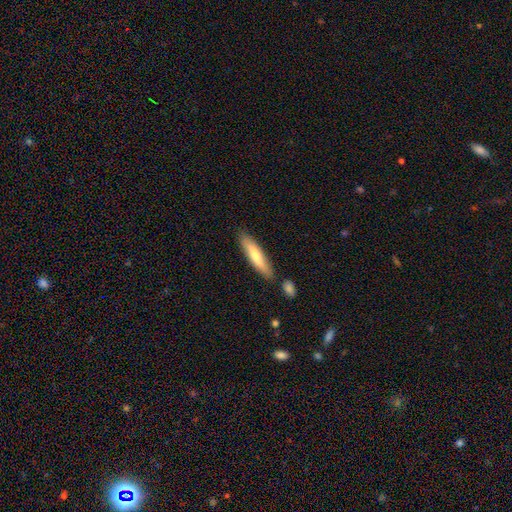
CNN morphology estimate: Smooth or featured? Predicted: smooth (p=0.65). How rounded? Predicted: cigar-shaped (p=0.82). Merging? Predicted: none (p=0.79).